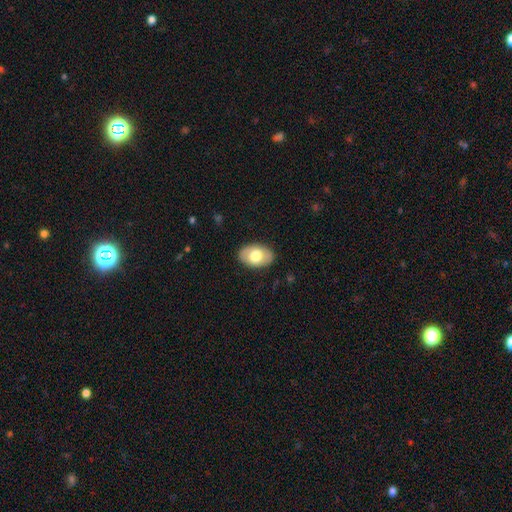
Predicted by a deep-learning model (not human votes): Overall: smooth (71%). How rounded: in between (90%). Merging: none (87%).